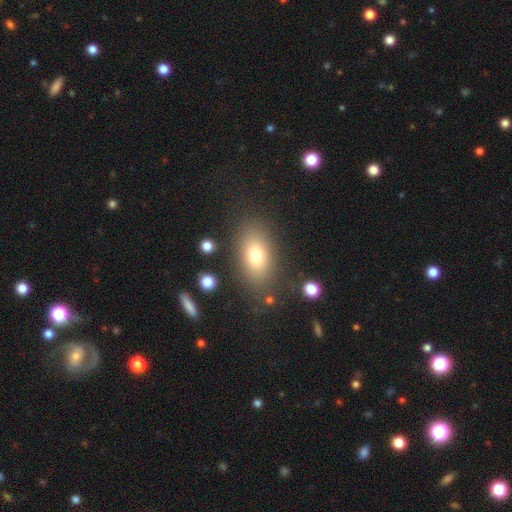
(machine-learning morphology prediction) type=smooth (75%); roundness=in between (84%); merging=none (81%).